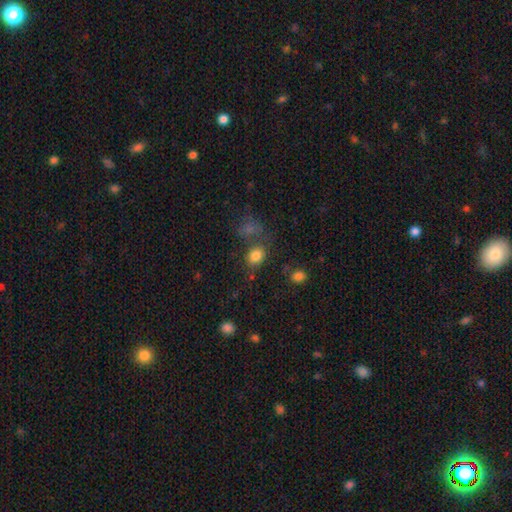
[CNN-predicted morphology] Q: Smooth or featured?
A: smooth (81%); runner-up: star or artifact (12%)
Q: How rounded?
A: in between (60%); runner-up: round (38%)
Q: Merging?
A: none (65%); runner-up: merger (15%)